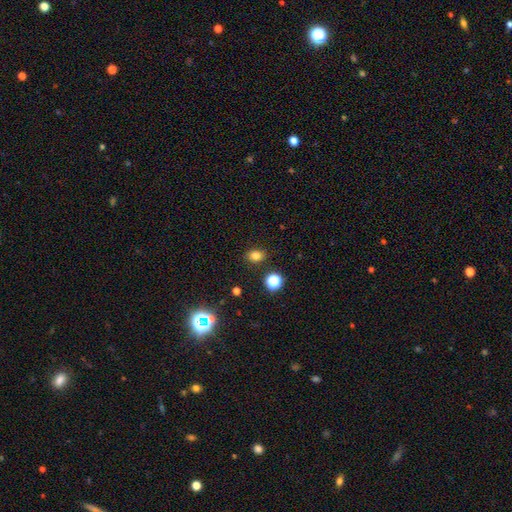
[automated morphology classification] A smooth galaxy with no disk features (78%) that is in between round and cigar-shaped (60%). Merging: none (86%).